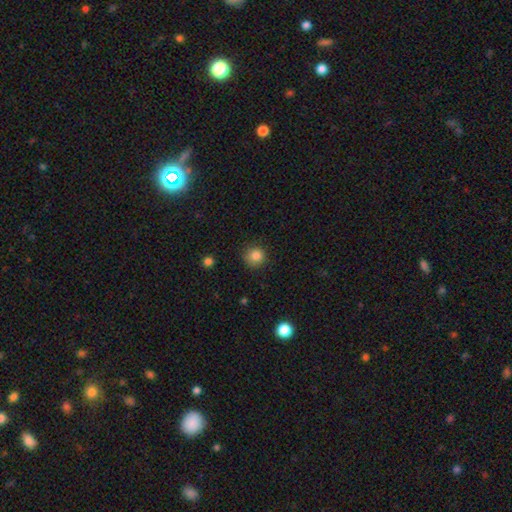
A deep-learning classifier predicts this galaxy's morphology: A smooth galaxy with no disk features (84%) that is round (92%). Merging: none (85%).